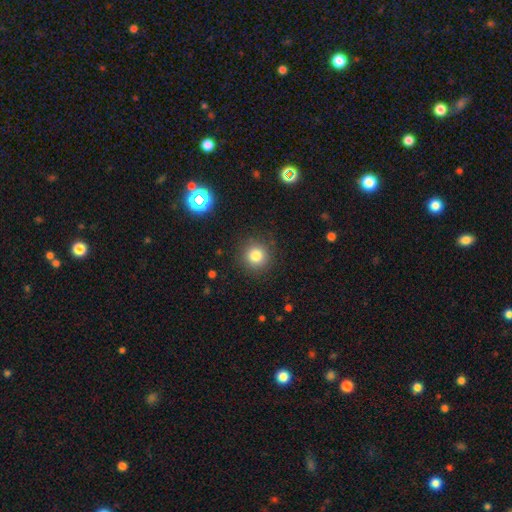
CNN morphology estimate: A smooth galaxy with no disk features (81%) that is round (94%).

Vote fractions:
- Smooth or featured? smooth: 81% / star or artifact: 12% / featured or disk: 7%
- How rounded? round: 94% / in between: 5% / cigar-shaped: 1%
- Merging? none: 88% / minor disturbance: 7% / major disturbance: 3% / merger: 1%